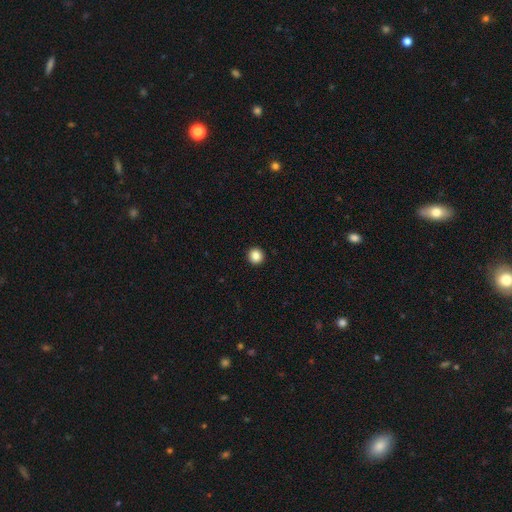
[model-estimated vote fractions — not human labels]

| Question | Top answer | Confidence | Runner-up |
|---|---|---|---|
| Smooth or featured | smooth | 87% | star or artifact (10%) |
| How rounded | round | 95% | in between (4%) |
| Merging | none | 94% | minor disturbance (4%) |